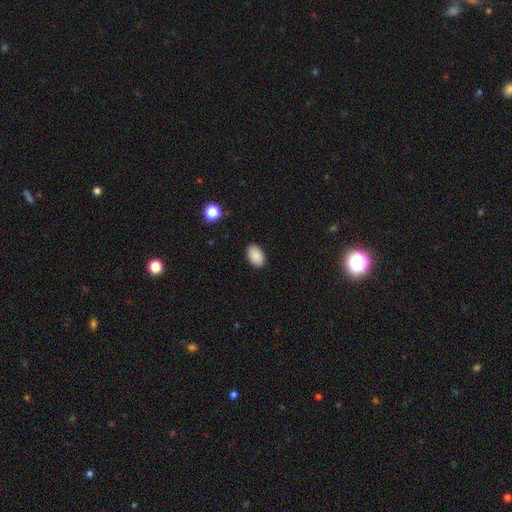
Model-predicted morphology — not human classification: A smooth galaxy with no disk features (88%) that is in between round and cigar-shaped (92%).

Vote fractions:
- Smooth or featured? smooth: 88% / star or artifact: 8% / featured or disk: 4%
- How rounded? in between: 92% / round: 7% / cigar-shaped: 1%
- Merging? none: 88% / minor disturbance: 9% / major disturbance: 2% / merger: 1%